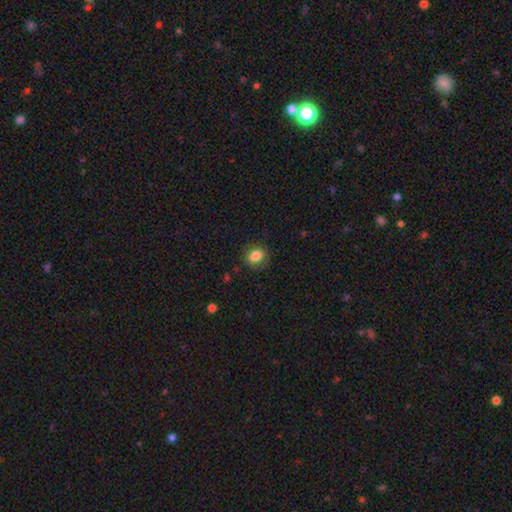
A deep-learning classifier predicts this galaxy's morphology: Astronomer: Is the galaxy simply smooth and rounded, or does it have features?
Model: smooth — 84%.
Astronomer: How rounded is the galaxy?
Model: in between — 58% (runner-up: round, 41%).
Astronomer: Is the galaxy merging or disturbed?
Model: none — 80%.